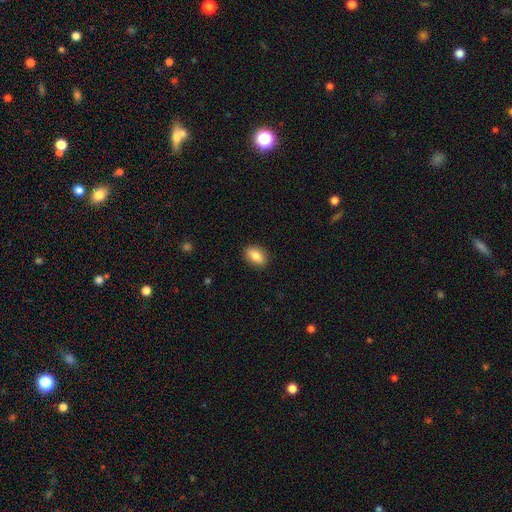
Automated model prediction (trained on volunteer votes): Morphology: type=smooth (85%); roundness=in between (86%); merging=none (88%).